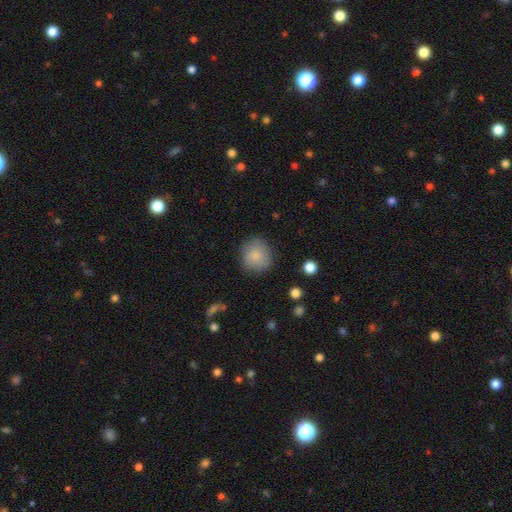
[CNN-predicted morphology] smooth 84%, star or artifact 8%, featured or disk 8%. Down the decision tree: how rounded — round (86%); merging — none (82%).